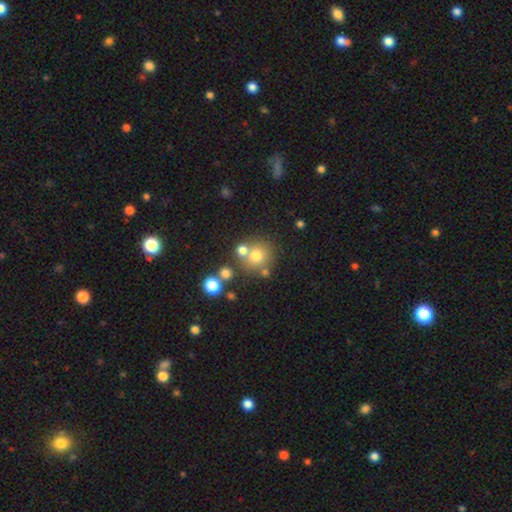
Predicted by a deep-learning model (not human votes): smooth_or_featured: smooth (p=0.71) [alt: star or artifact p=0.16]
how_rounded: round (p=0.91) [alt: in between p=0.09]
merging: none (p=0.65) [alt: merger p=0.22]